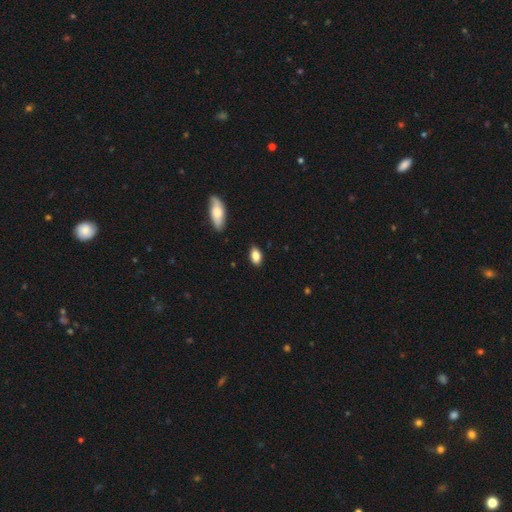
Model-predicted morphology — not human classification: The model was most divided on "merging": none: 84%, minor disturbance: 12%, major disturbance: 2%, merger: 1%. More confident: how rounded — in between (89%); smooth or featured — smooth (86%).